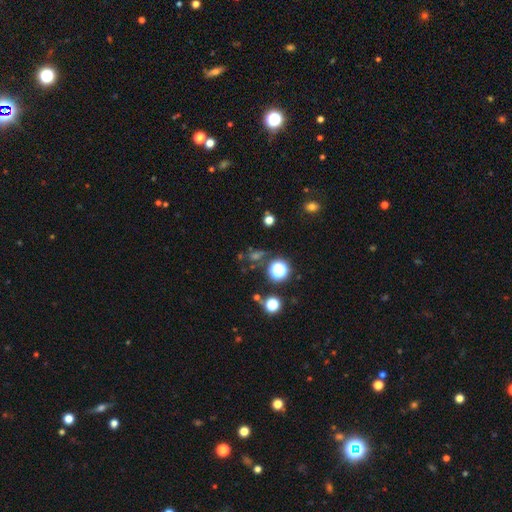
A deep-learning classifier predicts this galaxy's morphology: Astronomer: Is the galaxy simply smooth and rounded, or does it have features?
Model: star or artifact — 60%.